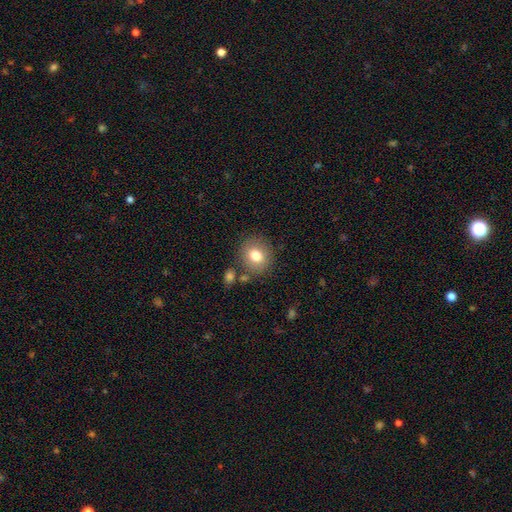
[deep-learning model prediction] Smooth or featured?
  - smooth: 78% *
  - featured or disk: 12%
  - star or artifact: 10%
How rounded?
  - round: 75% *
  - in between: 24%
  - cigar-shaped: 1%
Merging?
  - none: 79% *
  - minor disturbance: 11%
  - merger: 6%
  - major disturbance: 4%